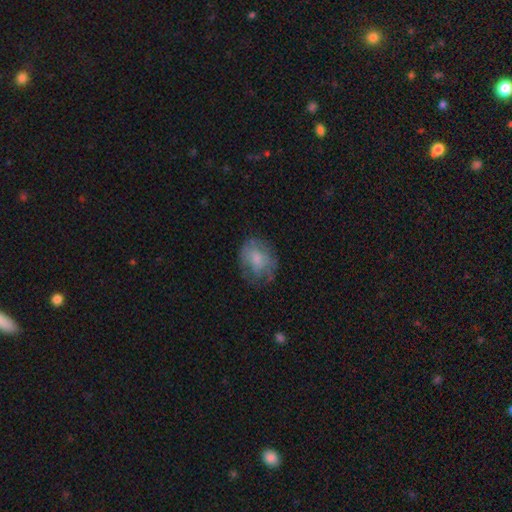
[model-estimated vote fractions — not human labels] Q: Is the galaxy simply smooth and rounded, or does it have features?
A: smooth — 60%.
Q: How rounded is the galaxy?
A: in between — 52%.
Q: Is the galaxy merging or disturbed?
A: none — 64%.